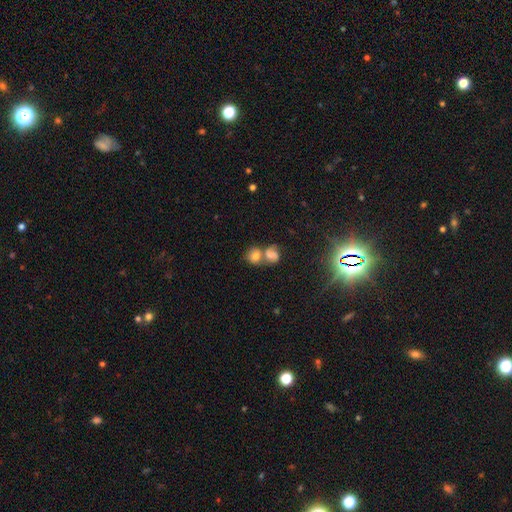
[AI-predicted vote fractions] Smooth or featured?
  - star or artifact: 60% *
  - smooth: 28%
  - featured or disk: 11%